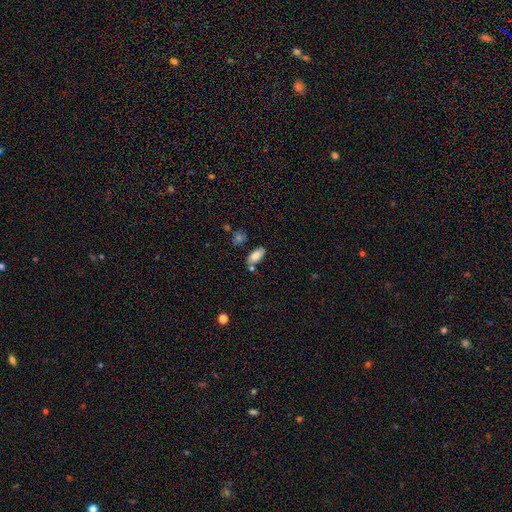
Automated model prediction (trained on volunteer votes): smooth_or_featured: smooth (p=0.82) [alt: featured or disk p=0.10]
how_rounded: in between (p=0.89) [alt: cigar-shaped p=0.08]
merging: none (p=0.66) [alt: minor disturbance p=0.17]